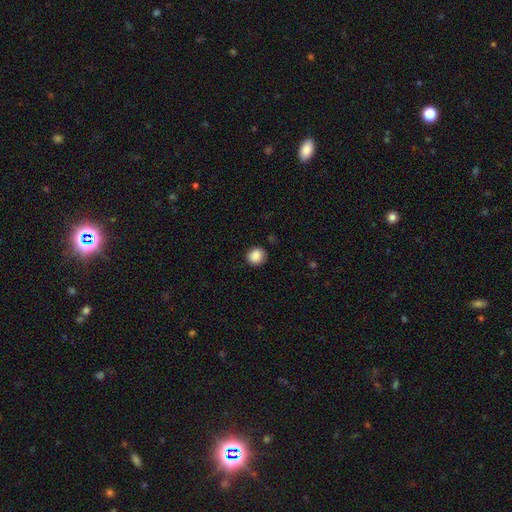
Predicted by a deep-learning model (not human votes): smooth_or_featured: smooth (p=0.87) [alt: star or artifact p=0.09]
how_rounded: round (p=0.82) [alt: in between p=0.17]
merging: none (p=0.85) [alt: minor disturbance p=0.11]